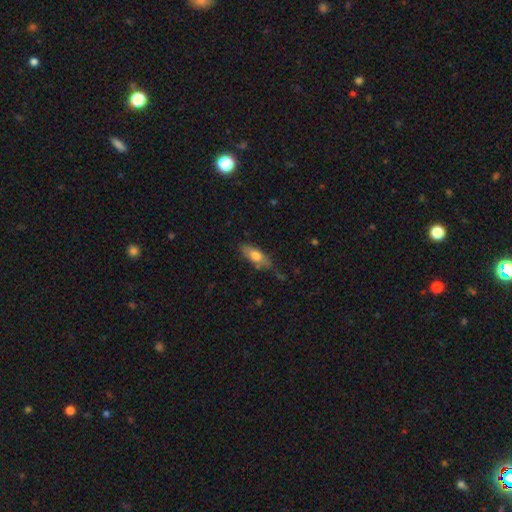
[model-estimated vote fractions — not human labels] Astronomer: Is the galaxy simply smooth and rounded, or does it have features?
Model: smooth — 69%.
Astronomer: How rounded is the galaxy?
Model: in between — 65%.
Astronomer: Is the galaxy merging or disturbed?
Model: none — 67%.